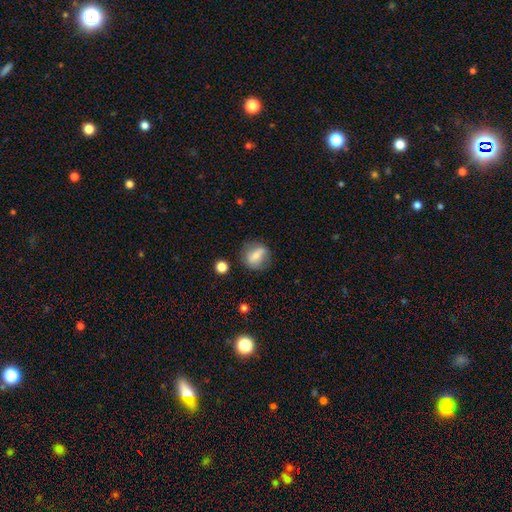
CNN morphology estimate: Smooth or featured?
  - smooth: 57% *
  - featured or disk: 34%
  - star or artifact: 9%
How rounded?
  - round: 68% *
  - in between: 29%
  - cigar-shaped: 3%
Merging?
  - none: 73% *
  - minor disturbance: 18%
  - major disturbance: 6%
  - merger: 3%